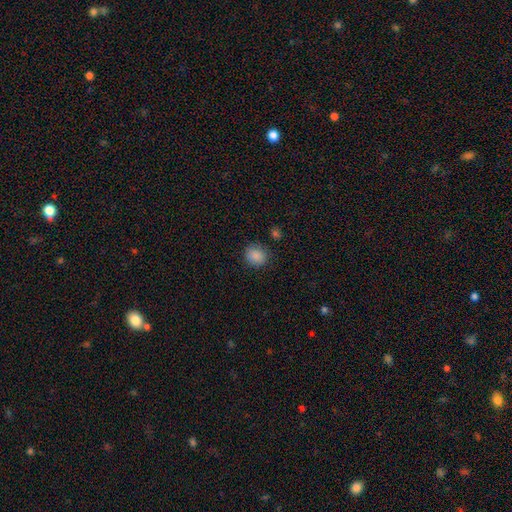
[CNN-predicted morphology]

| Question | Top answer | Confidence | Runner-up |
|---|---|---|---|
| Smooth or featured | smooth | 87% | star or artifact (9%) |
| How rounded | round | 80% | in between (19%) |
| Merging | none | 84% | minor disturbance (11%) |